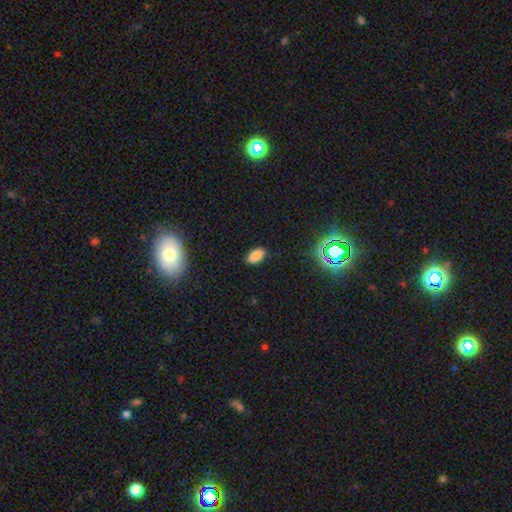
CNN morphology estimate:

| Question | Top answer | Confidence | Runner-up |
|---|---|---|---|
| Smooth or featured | smooth | 82% | star or artifact (13%) |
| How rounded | in between | 92% | cigar-shaped (5%) |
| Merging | none | 86% | minor disturbance (11%) |